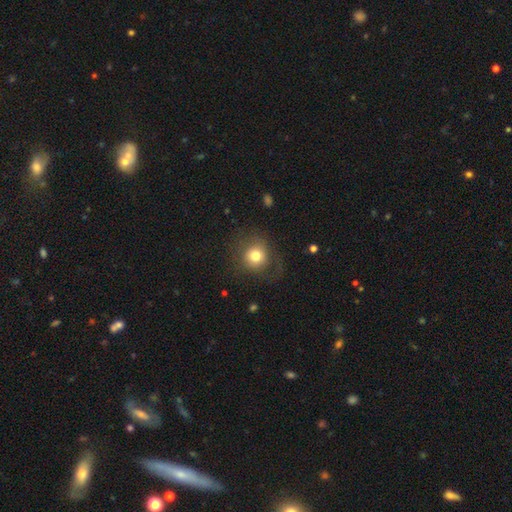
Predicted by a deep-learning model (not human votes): Smooth or featured?
  - smooth: 75% *
  - featured or disk: 13%
  - star or artifact: 11%
How rounded?
  - round: 86% *
  - in between: 13%
  - cigar-shaped: 1%
Merging?
  - none: 70% *
  - minor disturbance: 15%
  - major disturbance: 13%
  - merger: 1%